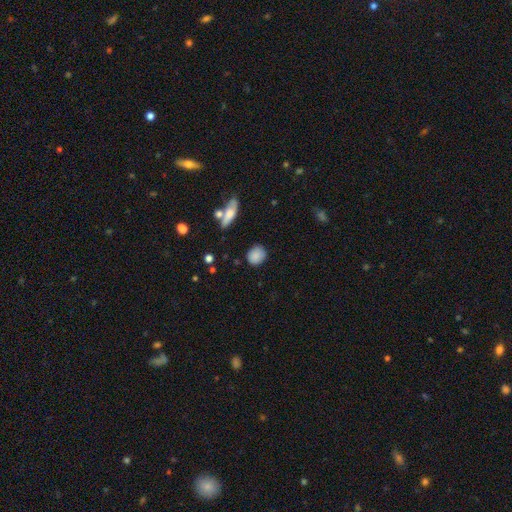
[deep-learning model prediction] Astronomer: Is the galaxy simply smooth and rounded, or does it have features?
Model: smooth — 85%.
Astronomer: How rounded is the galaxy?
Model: round — 77%.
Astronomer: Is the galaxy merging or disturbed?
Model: none — 82%.